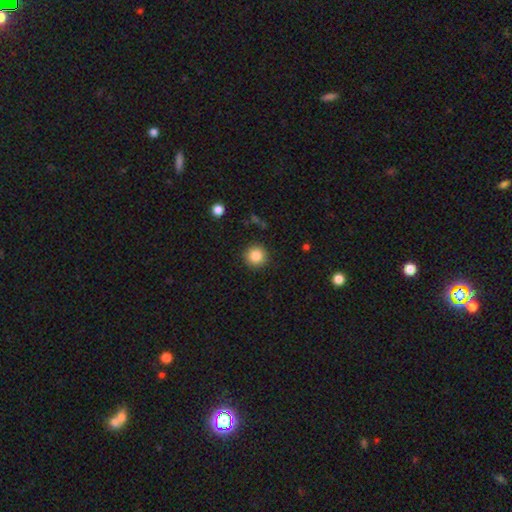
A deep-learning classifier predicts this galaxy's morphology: Smooth or featured? smooth (85%)
How rounded? round (95%)
Merging? none (90%)